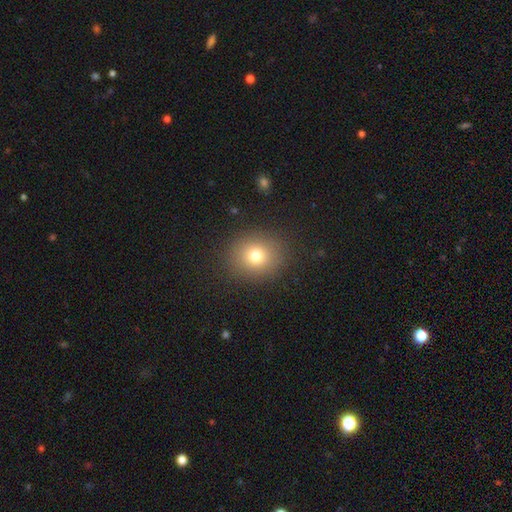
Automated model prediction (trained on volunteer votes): smooth 75%, star or artifact 15%, featured or disk 10%. Down the decision tree: how rounded — round (79%); merging — none (87%).